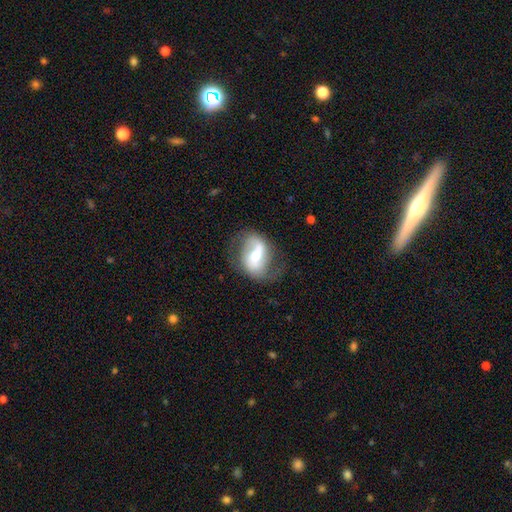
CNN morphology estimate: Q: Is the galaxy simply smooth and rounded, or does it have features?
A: featured or disk — 74%.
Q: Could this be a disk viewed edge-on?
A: no — 96%.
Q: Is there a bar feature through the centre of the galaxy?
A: strong — 39%, tied with weak.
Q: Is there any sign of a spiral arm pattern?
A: yes — 86%.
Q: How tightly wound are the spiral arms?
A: loose — 58%.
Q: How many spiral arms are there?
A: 2 — 80%.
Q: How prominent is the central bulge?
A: moderate — 60%.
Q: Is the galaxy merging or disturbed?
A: none — 62%.